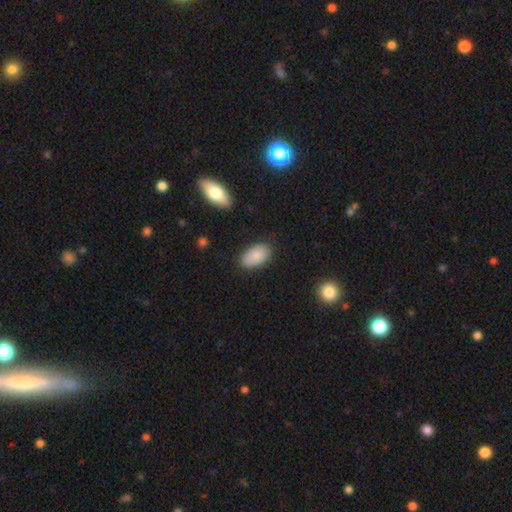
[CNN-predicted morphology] smooth_or_featured: smooth (p=0.87) [alt: featured or disk p=0.07]
how_rounded: in between (p=0.95) [alt: round p=0.04]
merging: none (p=0.84) [alt: minor disturbance p=0.12]